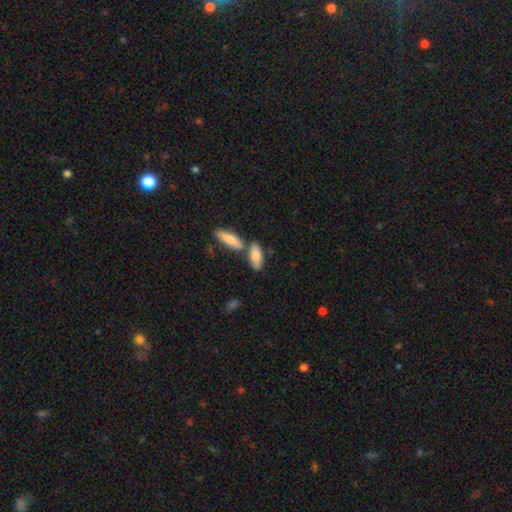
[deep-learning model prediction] smooth-or-featured: smooth: 78% | featured or disk: 16% | star or artifact: 6%
  how-rounded: in between: 77% | cigar-shaped: 20% | round: 3%
  merging: none: 55% | merger: 30% | minor disturbance: 12% | major disturbance: 3%